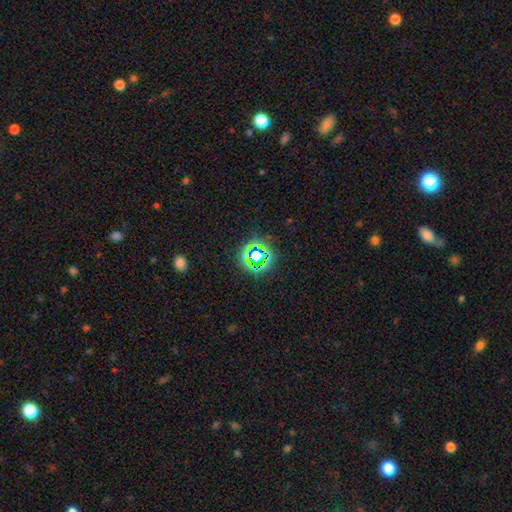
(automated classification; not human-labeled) Smooth or featured?
  - star or artifact: 62% *
  - smooth: 27%
  - featured or disk: 11%